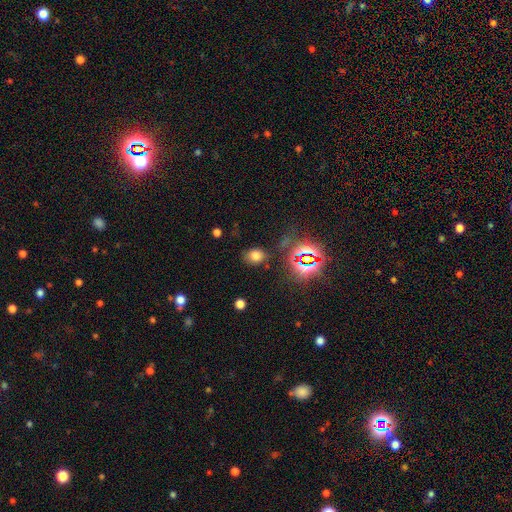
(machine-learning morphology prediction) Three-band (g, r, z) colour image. It shows a smooth galaxy with no disk features (67%) that is in between round and cigar-shaped (56%). Merging: none (78%).